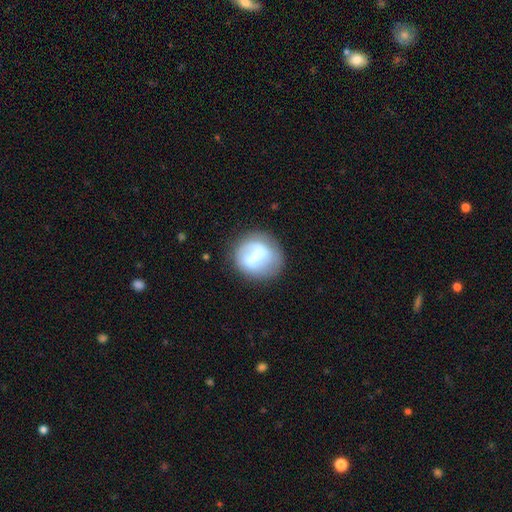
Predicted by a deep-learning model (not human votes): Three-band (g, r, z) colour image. It shows a smooth galaxy with no disk features (52%) that is round (83%). Merging: none (62%).